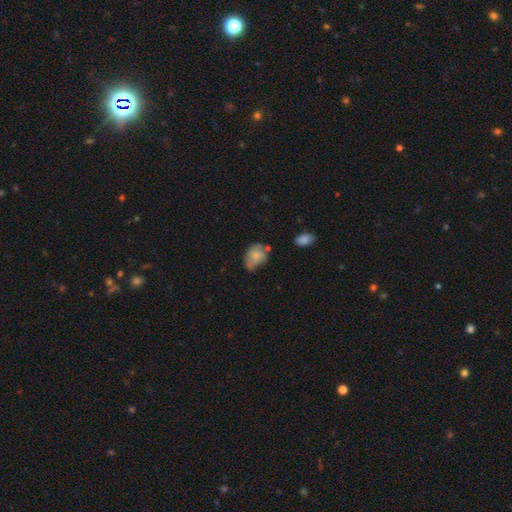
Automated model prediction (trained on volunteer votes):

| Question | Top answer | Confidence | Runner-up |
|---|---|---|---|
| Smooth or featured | smooth | 69% | featured or disk (23%) |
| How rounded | in between | 67% | round (32%) |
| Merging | minor disturbance | 39% | none (38%) |